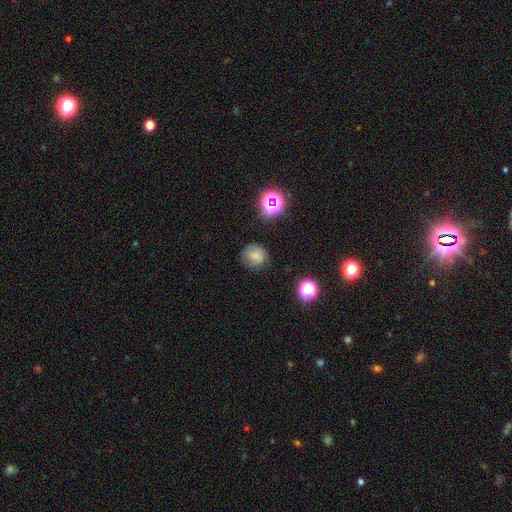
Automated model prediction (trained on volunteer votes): smooth_or_featured: smooth (p=0.71) [alt: star or artifact p=0.16]
how_rounded: round (p=0.86) [alt: in between p=0.13]
merging: none (p=0.79) [alt: minor disturbance p=0.14]